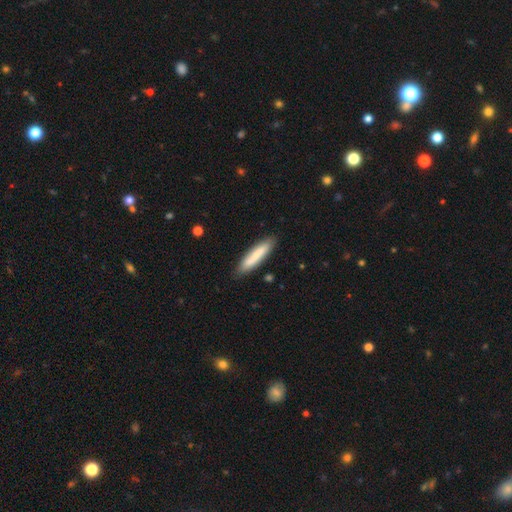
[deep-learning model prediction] Smooth or featured? Predicted: smooth (p=0.76). How rounded? Predicted: cigar-shaped (p=0.82). Merging? Predicted: none (p=0.85).